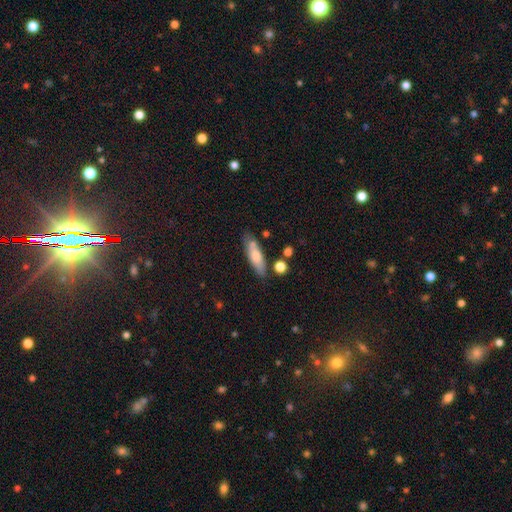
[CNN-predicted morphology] This appears to be a smooth galaxy with no disk features (70%) that is cigar-shaped (55%). Merging: none (73%).